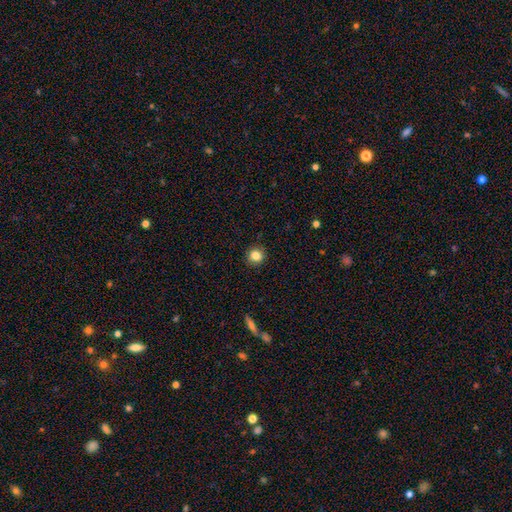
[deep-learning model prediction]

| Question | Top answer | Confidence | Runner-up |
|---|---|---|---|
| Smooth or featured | smooth | 83% | star or artifact (11%) |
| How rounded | round | 91% | in between (8%) |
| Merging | none | 91% | minor disturbance (6%) |